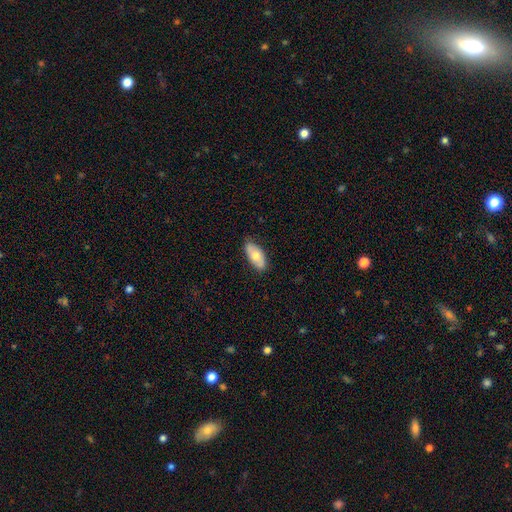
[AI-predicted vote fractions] Morphology: type=smooth (66%); roundness=in between (90%); merging=none (82%).